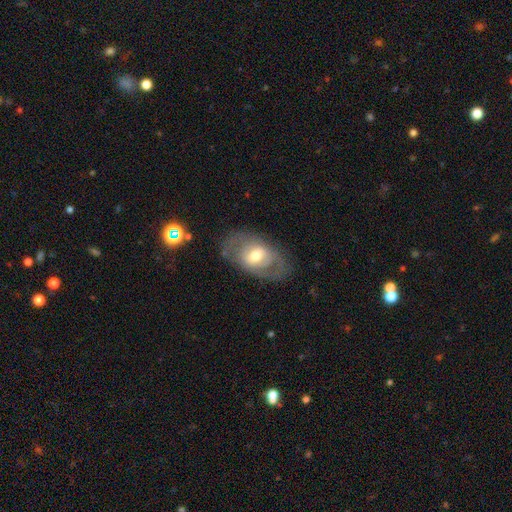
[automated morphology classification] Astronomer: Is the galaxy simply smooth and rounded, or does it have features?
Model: featured or disk — 59% (runner-up: smooth, 35%).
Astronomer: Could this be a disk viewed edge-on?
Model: no — 91%.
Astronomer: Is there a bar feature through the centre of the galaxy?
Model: weak — 43% (runner-up: no, 38%).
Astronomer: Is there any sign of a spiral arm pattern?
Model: no — 55% (runner-up: yes, 45%).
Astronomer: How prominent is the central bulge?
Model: moderate — 65%.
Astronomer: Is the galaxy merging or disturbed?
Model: none — 73%.